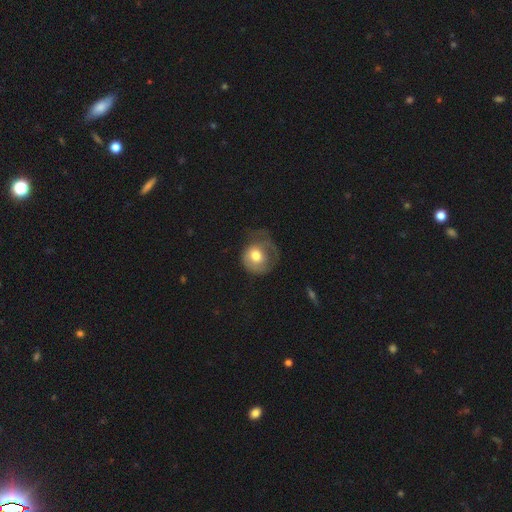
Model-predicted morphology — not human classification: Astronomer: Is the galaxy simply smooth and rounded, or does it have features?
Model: smooth — 61%.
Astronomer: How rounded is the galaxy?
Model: round — 80%.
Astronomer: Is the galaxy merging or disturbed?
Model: major disturbance — 40% (runner-up: none, 31%).